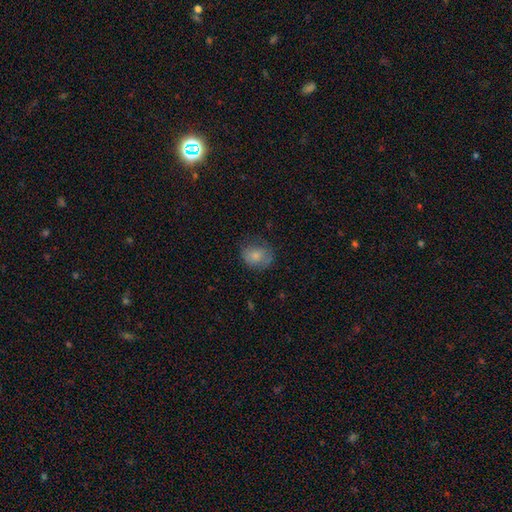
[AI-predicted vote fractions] Morphology: type=smooth (78%); roundness=round (62%); merging=none (64%).